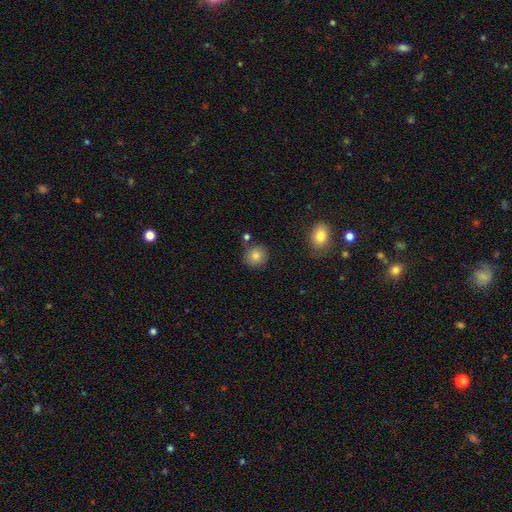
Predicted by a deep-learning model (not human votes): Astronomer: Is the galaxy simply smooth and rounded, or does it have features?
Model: smooth — 84%.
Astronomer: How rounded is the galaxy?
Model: round — 88%.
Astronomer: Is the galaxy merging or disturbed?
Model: none — 81%.